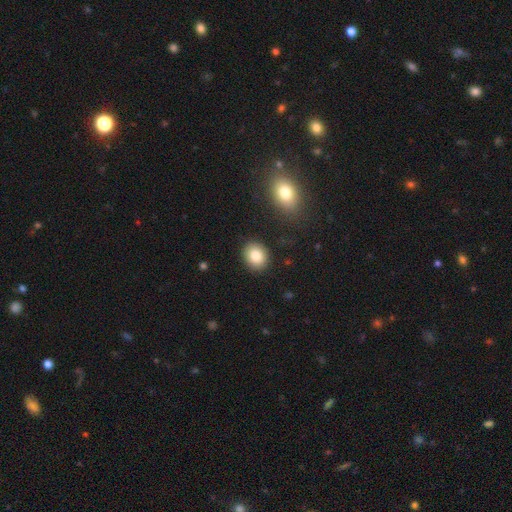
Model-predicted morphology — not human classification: Smooth or featured?
  - smooth: 84% *
  - star or artifact: 9%
  - featured or disk: 7%
How rounded?
  - round: 57% *
  - in between: 42%
  - cigar-shaped: 1%
Merging?
  - none: 88% *
  - minor disturbance: 7%
  - major disturbance: 2%
  - merger: 2%